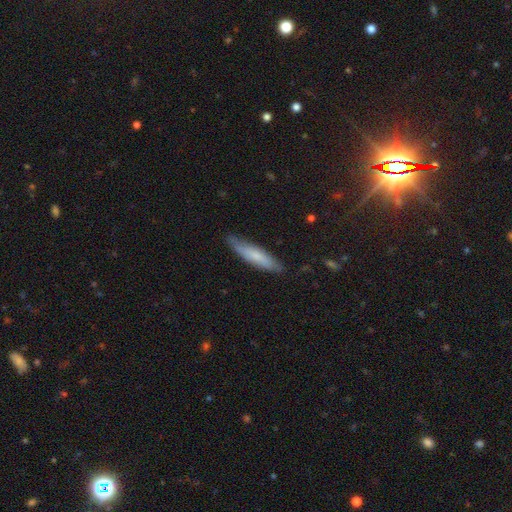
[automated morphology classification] Smooth or featured: smooth — 66% (featured or disk — 28%)
How rounded: cigar-shaped — 80% (in between — 19%)
Merging: none — 76% (minor disturbance — 19%)